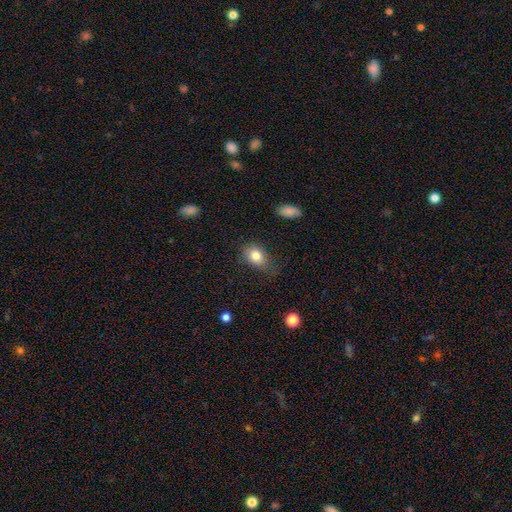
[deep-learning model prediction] Smooth or featured: smooth — 82% (star or artifact — 9%)
How rounded: in between — 71% (round — 28%)
Merging: none — 61% (minor disturbance — 27%)